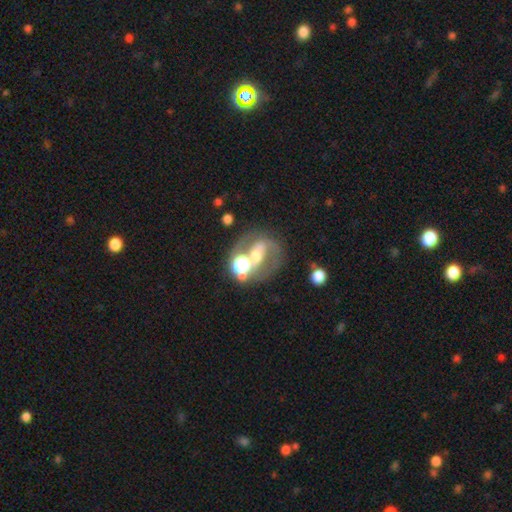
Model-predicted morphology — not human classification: Smooth or featured? featured or disk (62%)
Edge-on disk? no (96%)
Bar? no (37%)
Spiral arms? yes (61%)
Bulge size? moderate (52%)
Merging? none (49%)